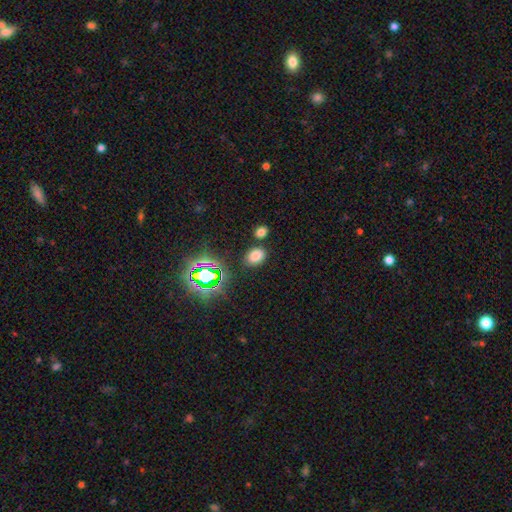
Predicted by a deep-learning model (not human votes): Smooth or featured?
  - smooth: 73% *
  - star or artifact: 21%
  - featured or disk: 7%
How rounded?
  - in between: 76% *
  - round: 23%
  - cigar-shaped: 1%
Merging?
  - none: 81% *
  - minor disturbance: 10%
  - merger: 7%
  - major disturbance: 3%